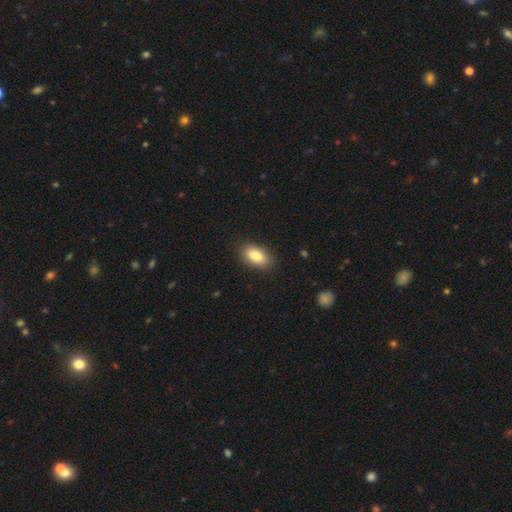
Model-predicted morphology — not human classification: Q: Smooth or featured?
A: smooth (84%); runner-up: featured or disk (9%)
Q: How rounded?
A: in between (91%); runner-up: round (6%)
Q: Merging?
A: none (88%); runner-up: minor disturbance (9%)